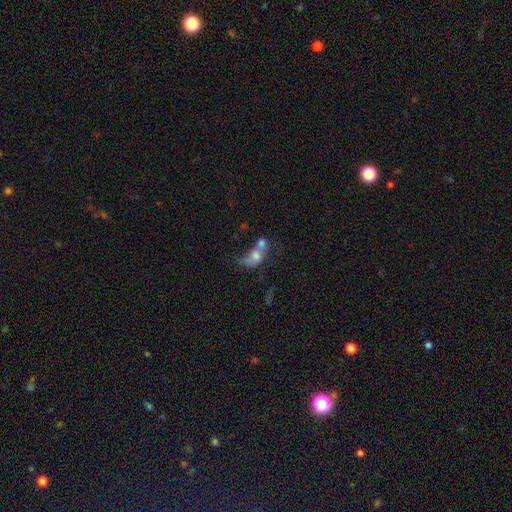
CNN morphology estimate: Smooth or featured: smooth — 65% (featured or disk — 24%)
How rounded: in between — 61% (round — 37%)
Merging: merger — 68% (none — 12%)